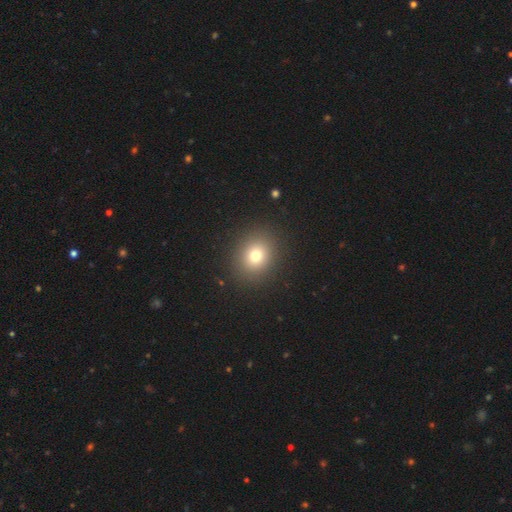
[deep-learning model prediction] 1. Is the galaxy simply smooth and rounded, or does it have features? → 75% smooth, 15% star or artifact, 10% featured or disk.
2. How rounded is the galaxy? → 72% round, 27% in between, 1% cigar-shaped.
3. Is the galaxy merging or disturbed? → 89% none, 6% minor disturbance, 3% major disturbance, 1% merger.